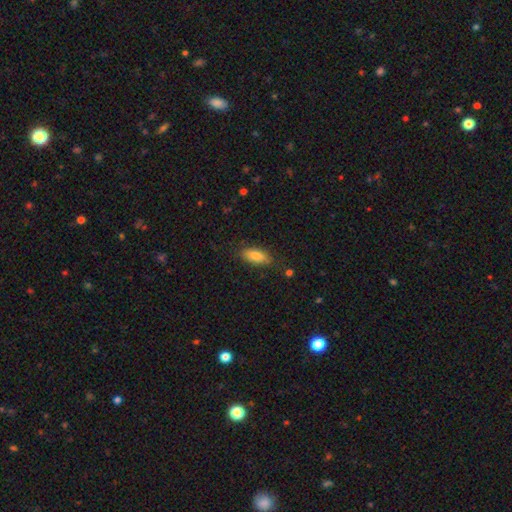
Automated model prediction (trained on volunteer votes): smooth-or-featured: smooth: 82% | featured or disk: 11% | star or artifact: 7%
  how-rounded: in between: 81% | cigar-shaped: 16% | round: 2%
  merging: none: 82% | minor disturbance: 13% | major disturbance: 3% | merger: 2%